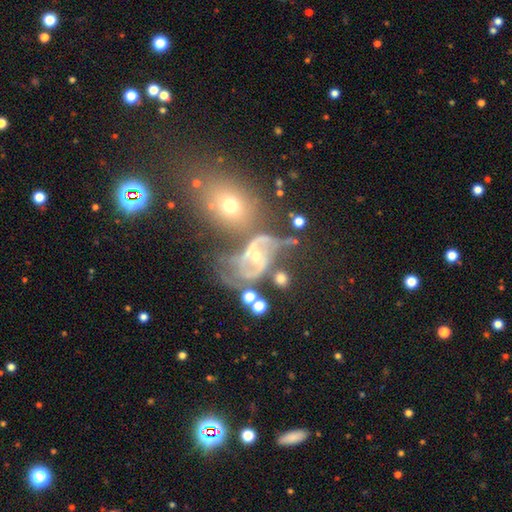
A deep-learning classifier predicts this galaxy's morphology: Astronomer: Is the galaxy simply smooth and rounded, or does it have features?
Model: featured or disk — 78%.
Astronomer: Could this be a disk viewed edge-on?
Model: no — 96%.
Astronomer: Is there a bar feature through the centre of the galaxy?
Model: no — 43% (runner-up: weak, 37%).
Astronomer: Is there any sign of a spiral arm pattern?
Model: yes — 87%.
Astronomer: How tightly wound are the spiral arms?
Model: medium — 47% (runner-up: loose, 31%).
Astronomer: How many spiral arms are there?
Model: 2 — 76%.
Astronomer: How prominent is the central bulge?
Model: small — 51% (runner-up: moderate, 44%).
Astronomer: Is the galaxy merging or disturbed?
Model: none — 35% (runner-up: major disturbance, 24%).